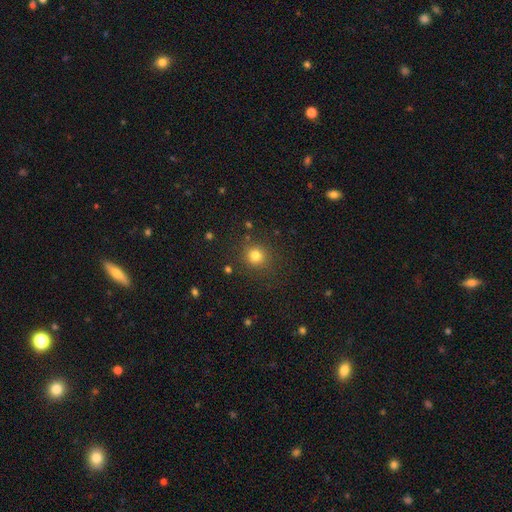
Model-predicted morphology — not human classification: A smooth galaxy with no disk features (79%) that is round (90%).

Vote fractions:
- Smooth or featured? smooth: 79% / star or artifact: 15% / featured or disk: 6%
- How rounded? round: 90% / in between: 9% / cigar-shaped: 1%
- Merging? none: 85% / minor disturbance: 9% / major disturbance: 4% / merger: 3%